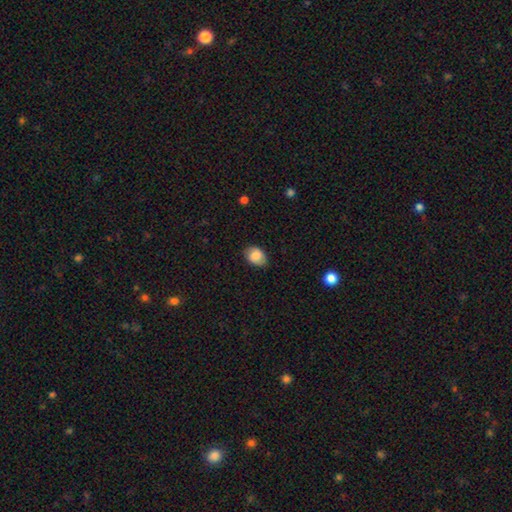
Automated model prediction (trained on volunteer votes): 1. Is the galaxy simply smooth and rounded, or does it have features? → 84% smooth, 8% featured or disk, 8% star or artifact.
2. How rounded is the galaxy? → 72% in between, 27% round, 1% cigar-shaped.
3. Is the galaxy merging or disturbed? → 81% none, 16% minor disturbance, 3% major disturbance, 1% merger.